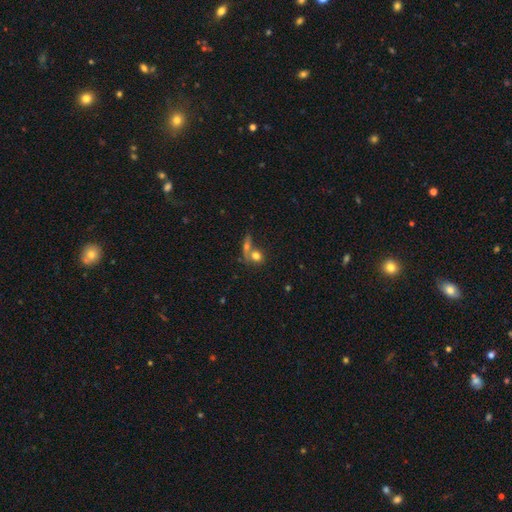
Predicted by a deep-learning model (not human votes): Morphology: type=smooth (74%); roundness=round (66%); merging=merger (45%).